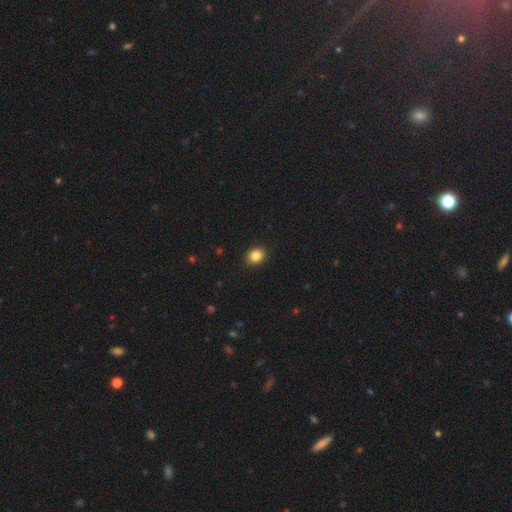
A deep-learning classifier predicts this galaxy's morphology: This is clearly a smooth galaxy (85%). How rounded: possibly round (58%). Merging: clearly none (90%).